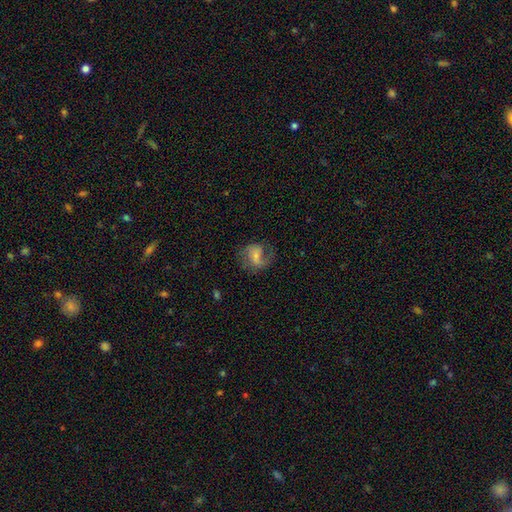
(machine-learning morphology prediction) Overall: featured or disk (60%; smooth 32%). Edge-on disk: no (97%). Bar: weak (45%; no 38%). Spiral arms: yes (88%). Spiral arm count: 2 (60%; 1 30%). Spiral winding: medium (44%; loose 42%). Bulge size: small (52%; moderate 28%). Merging: none (55%; major disturbance 22%).